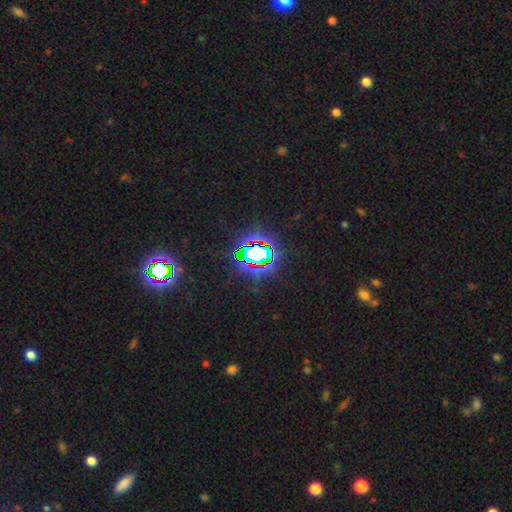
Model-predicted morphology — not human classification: Overall: star or artifact (76%).